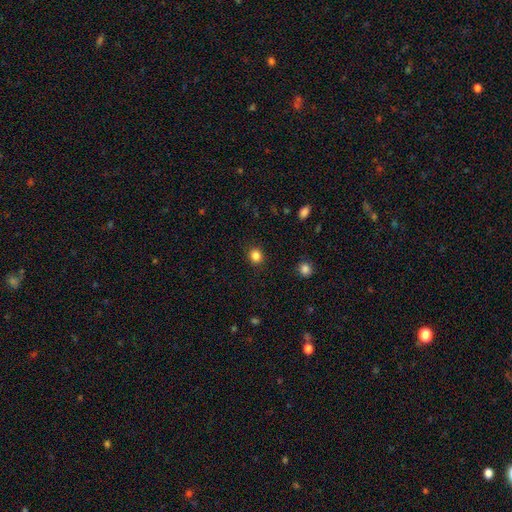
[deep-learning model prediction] Smooth or featured? smooth (84%)
How rounded? round (78%)
Merging? none (89%)